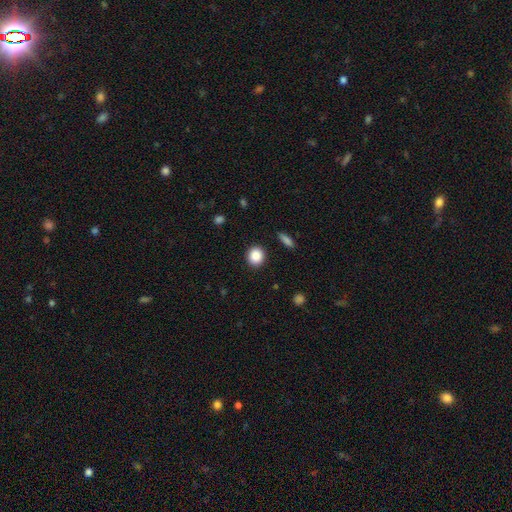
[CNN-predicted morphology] The model was most divided on "how rounded": round: 81%, in between: 18%, cigar-shaped: 1%. More confident: merging — none (90%); smooth or featured — smooth (88%).